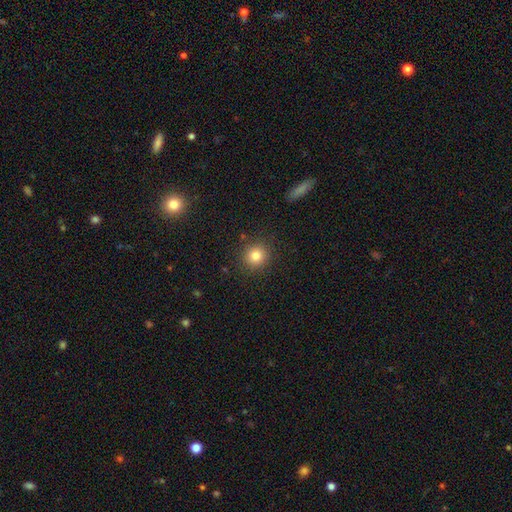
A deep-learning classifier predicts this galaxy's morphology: type=smooth (82%); roundness=round (90%); merging=none (89%).